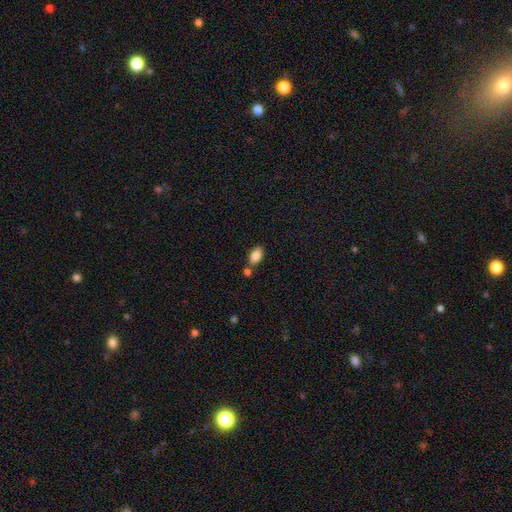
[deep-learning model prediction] A smooth galaxy with no disk features (85%) that is in between round and cigar-shaped (91%). Merging: none (66%).